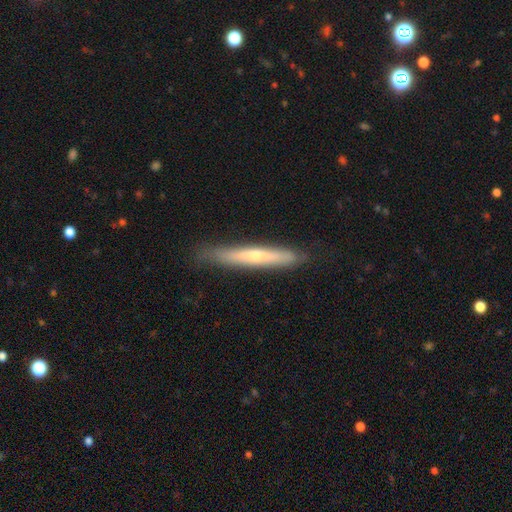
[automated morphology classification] The model was most divided on "smooth or featured": featured or disk: 52%, smooth: 42%, star or artifact: 6%. More confident: edge-on disk — yes (90%); merging — none (84%).